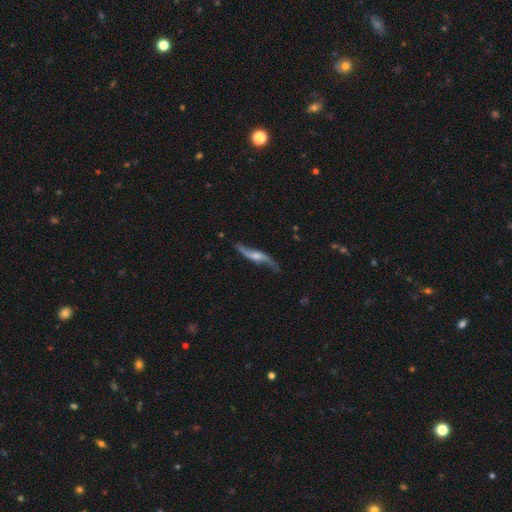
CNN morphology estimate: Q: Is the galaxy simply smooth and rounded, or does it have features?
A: featured or disk — 83%.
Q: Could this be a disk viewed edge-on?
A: no — 67%.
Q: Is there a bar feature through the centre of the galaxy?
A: no — 54%.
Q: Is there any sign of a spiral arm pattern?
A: yes — 94%.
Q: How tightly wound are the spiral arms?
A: loose — 91%.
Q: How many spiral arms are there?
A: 2 — 92%.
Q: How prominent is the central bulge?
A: moderate — 45%.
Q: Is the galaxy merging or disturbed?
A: none — 69%.